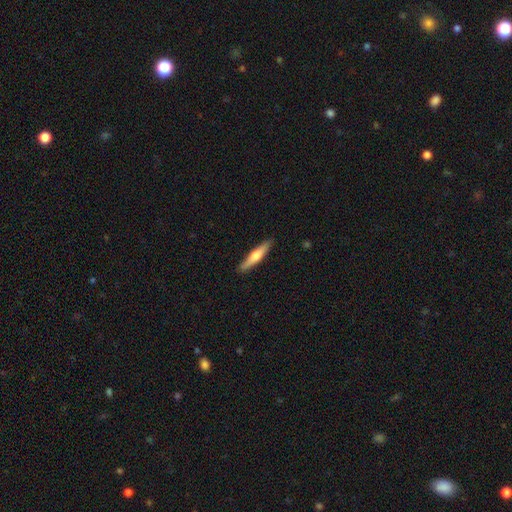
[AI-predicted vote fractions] Q: Smooth or featured?
A: smooth (48%); runner-up: featured or disk (46%)
Q: Merging?
A: none (90%); runner-up: minor disturbance (7%)